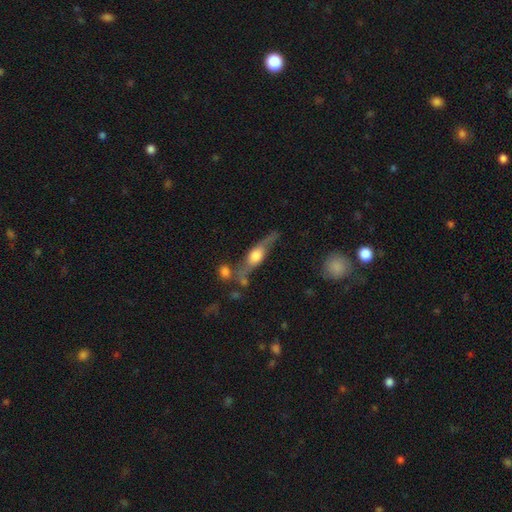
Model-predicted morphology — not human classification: smooth-or-featured: featured or disk: 67% | smooth: 27% | star or artifact: 6%
  disk-edge-on: yes: 82% | no: 18%
    edge-on-bulge: rounded: 89% | boxy: 8% | none: 3%
  merging: none: 62% | minor disturbance: 19% | merger: 11% | major disturbance: 8%